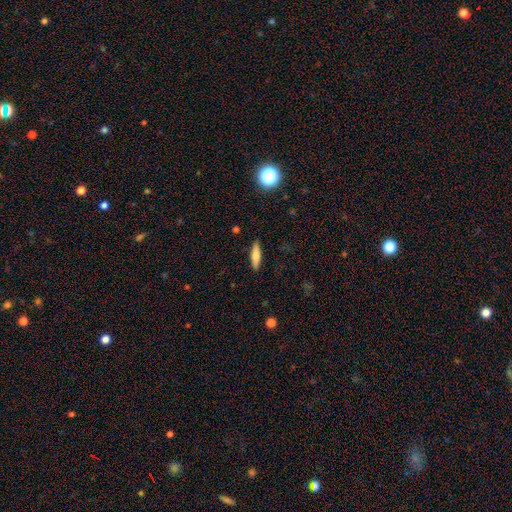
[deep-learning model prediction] Q: Smooth or featured?
A: smooth (69%); runner-up: featured or disk (24%)
Q: How rounded?
A: cigar-shaped (76%); runner-up: in between (22%)
Q: Merging?
A: none (90%); runner-up: minor disturbance (7%)